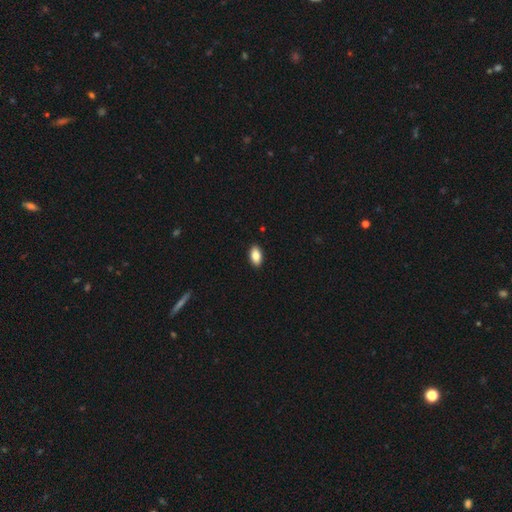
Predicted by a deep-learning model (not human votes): Morphology: type=smooth (86%); roundness=in between (93%); merging=none (91%).